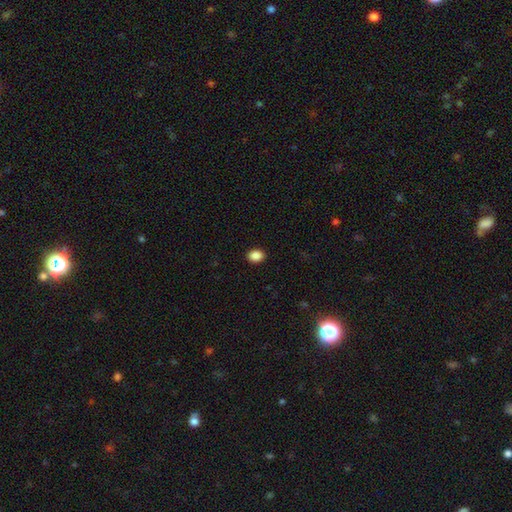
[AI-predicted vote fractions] Smooth or featured? smooth (88%)
How rounded? in between (64%)
Merging? none (91%)